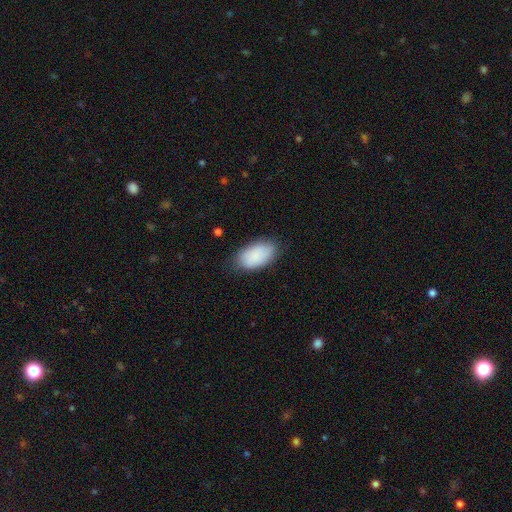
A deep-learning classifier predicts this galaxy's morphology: Smooth or featured? Predicted: smooth (p=0.87). How rounded? Predicted: in between (p=0.95). Merging? Predicted: none (p=0.77).